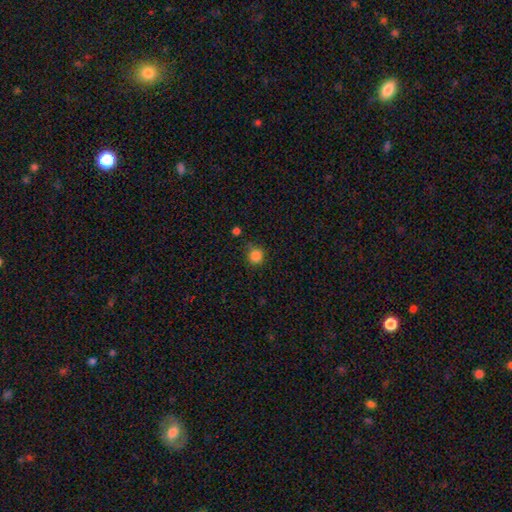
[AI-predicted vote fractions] This is clearly a smooth galaxy (85%). How rounded: clearly round (91%). Merging: likely none (76%).